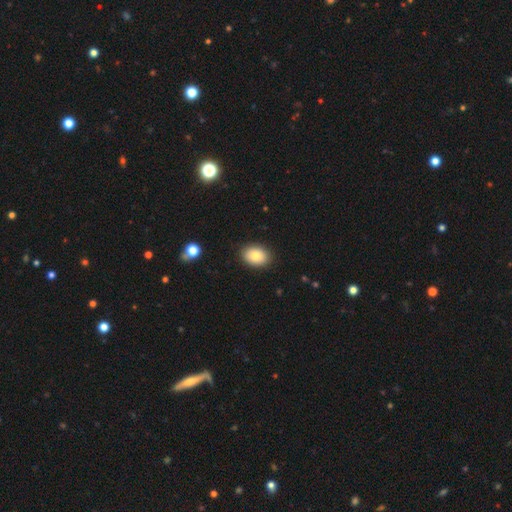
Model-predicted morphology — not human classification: Smooth or featured?
  - smooth: 82% *
  - featured or disk: 10%
  - star or artifact: 8%
How rounded?
  - in between: 78% *
  - round: 21%
  - cigar-shaped: 1%
Merging?
  - none: 88% *
  - minor disturbance: 8%
  - major disturbance: 2%
  - merger: 1%